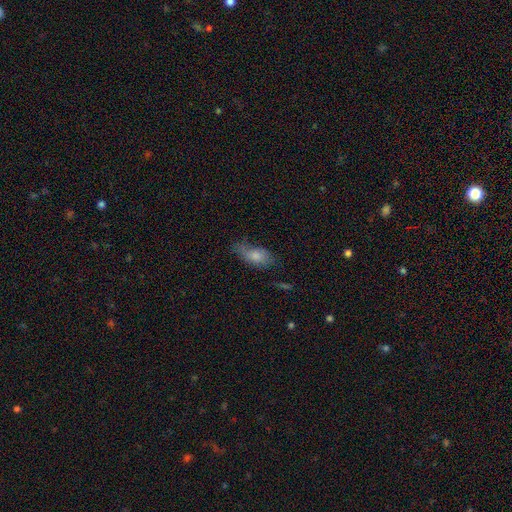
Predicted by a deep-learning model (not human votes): smooth_or_featured: smooth (p=0.75) [alt: featured or disk p=0.16]
how_rounded: in between (p=0.84) [alt: cigar-shaped p=0.11]
merging: none (p=0.46) [alt: minor disturbance p=0.34]